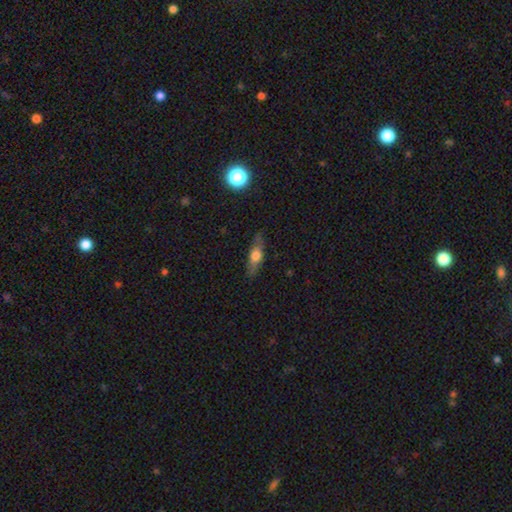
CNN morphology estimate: A smooth galaxy with no disk features (55%) that is cigar-shaped (48%). Merging: none (81%).